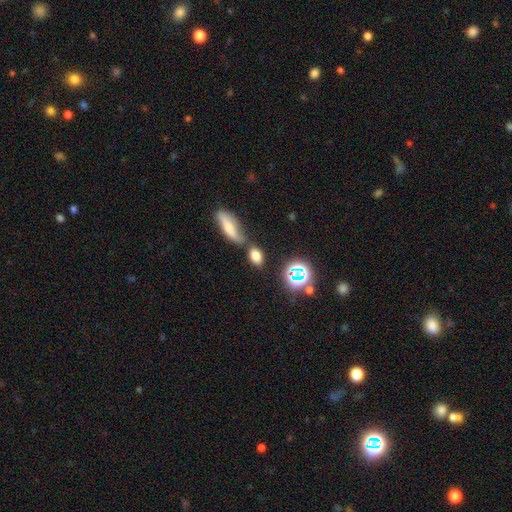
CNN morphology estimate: This appears to be a smooth galaxy with no disk features (73%) that is in between round and cigar-shaped (82%). Merging: none (61%).